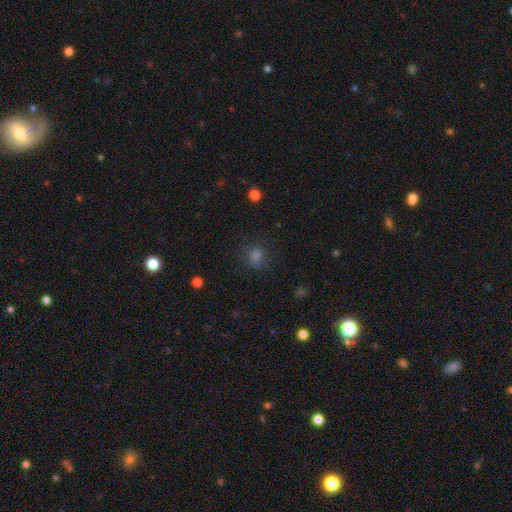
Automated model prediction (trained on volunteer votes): A smooth galaxy with no disk features (67%) that is round (84%).

Vote fractions:
- Smooth or featured? smooth: 67% / star or artifact: 25% / featured or disk: 8%
- How rounded? round: 84% / in between: 15% / cigar-shaped: 1%
- Merging? none: 78% / minor disturbance: 14% / major disturbance: 7% / merger: 1%